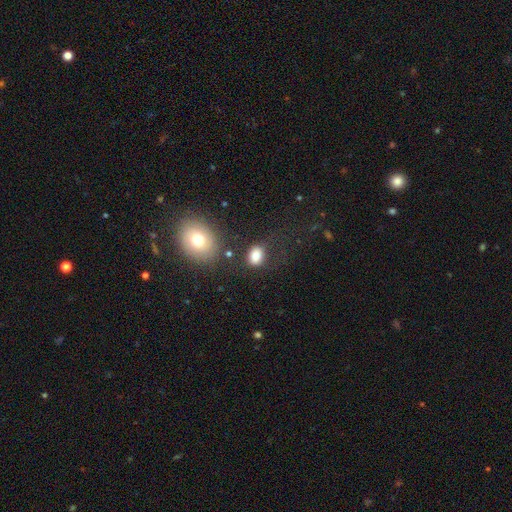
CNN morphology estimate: The model was most divided on "how rounded": in between: 68%, round: 31%, cigar-shaped: 1%. More confident: smooth or featured — smooth (81%); merging — none (64%).